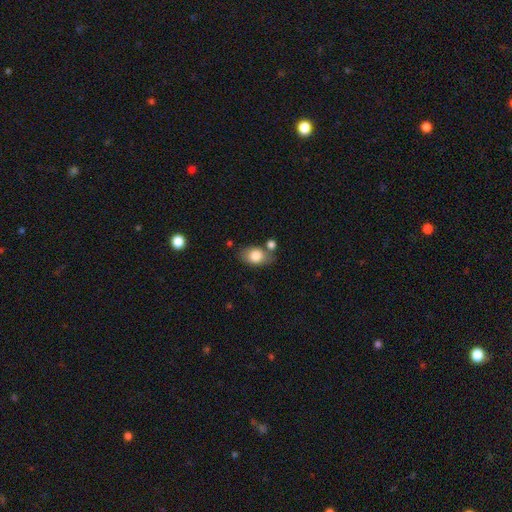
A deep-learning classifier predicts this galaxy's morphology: A smooth galaxy with no disk features (80%) that is in between round and cigar-shaped (78%). Merging: none (62%).